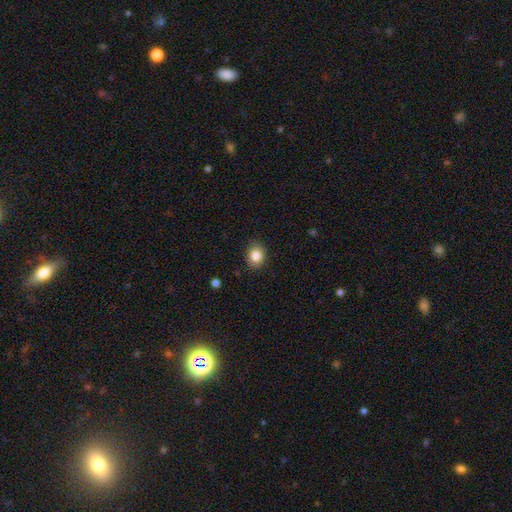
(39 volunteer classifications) Smooth or featured? smooth (95%)
How rounded? round (68%)
Merging? none (92%)